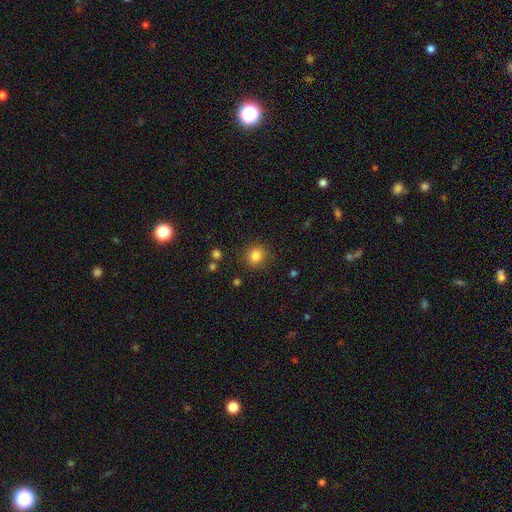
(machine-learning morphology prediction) smooth-or-featured: smooth: 83% | star or artifact: 12% | featured or disk: 5%
  how-rounded: round: 86% | in between: 13% | cigar-shaped: 1%
  merging: none: 88% | minor disturbance: 7% | major disturbance: 3% | merger: 2%